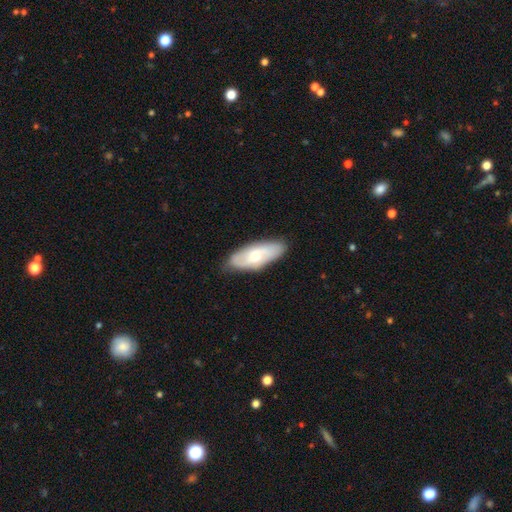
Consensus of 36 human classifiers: smooth_or_featured: featured or disk (p=0.50) [alt: smooth p=0.47]
disk_edge_on: no (p=0.72) [alt: yes p=0.28]
bar: no (p=0.54) [alt: weak p=0.46]
has_spiral_arms: yes (p=0.62) [alt: no p=0.38]
spiral_winding: medium (p=0.50) [alt: tight p=0.25]
spiral_arm_count: can't tell (p=0.62) [alt: 2 p=0.25]
bulge_size: moderate (p=0.77) [alt: small p=0.23]
merging: none (p=0.77) [alt: minor disturbance p=0.20]